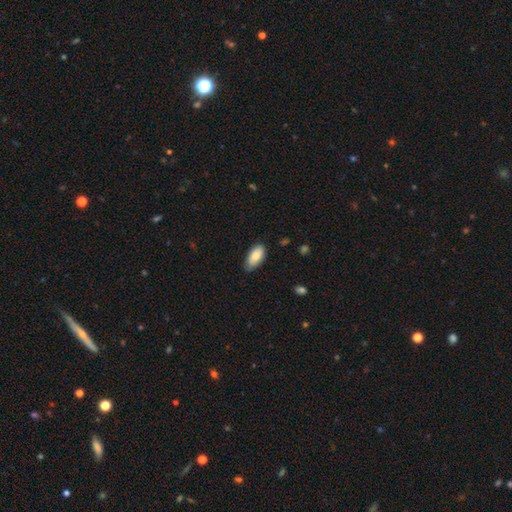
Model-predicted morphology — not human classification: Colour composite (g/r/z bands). It shows a smooth galaxy with no disk features (83%) that is in between round and cigar-shaped (92%). Merging: none (73%).